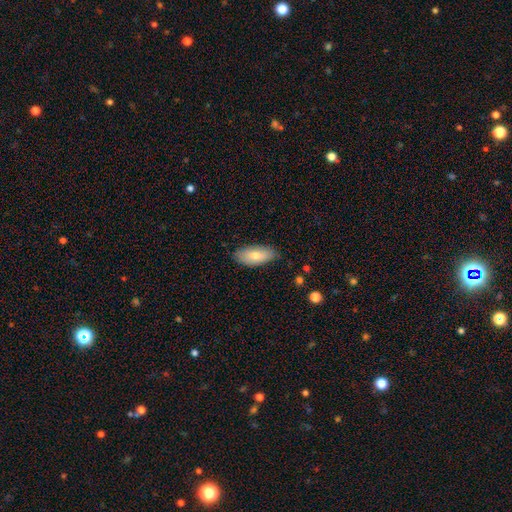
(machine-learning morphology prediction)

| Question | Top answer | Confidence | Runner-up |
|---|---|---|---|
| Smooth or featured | smooth | 76% | featured or disk (18%) |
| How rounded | in between | 89% | cigar-shaped (9%) |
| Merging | none | 82% | minor disturbance (15%) |